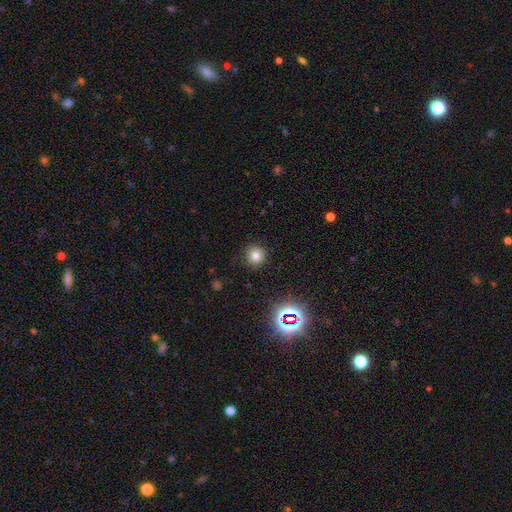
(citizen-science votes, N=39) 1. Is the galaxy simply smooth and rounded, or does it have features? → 92% smooth, 8% featured or disk, 0% star or artifact.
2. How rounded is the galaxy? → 89% round, 11% in between, 0% cigar-shaped.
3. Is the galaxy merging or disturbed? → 92% none, 8% minor disturbance, 0% major disturbance, 0% merger.